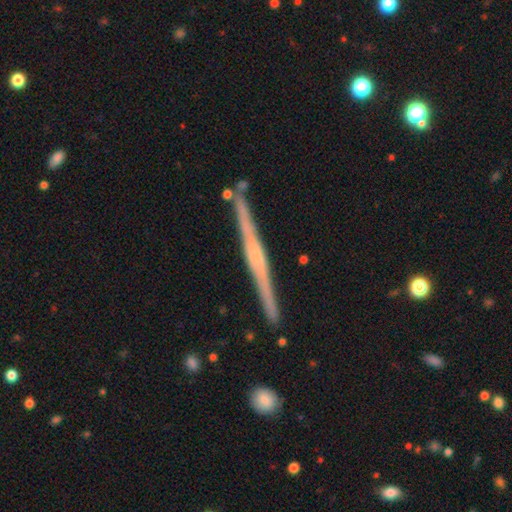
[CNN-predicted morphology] type=featured or disk (75%); edge-on=yes (98%); edge-on bulge=none (42%); merging=none (86%).